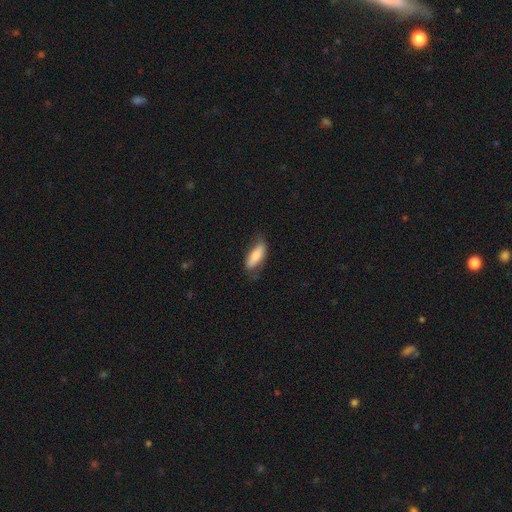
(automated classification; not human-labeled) Morphology: type=smooth (72%); roundness=in between (70%); merging=none (63%).